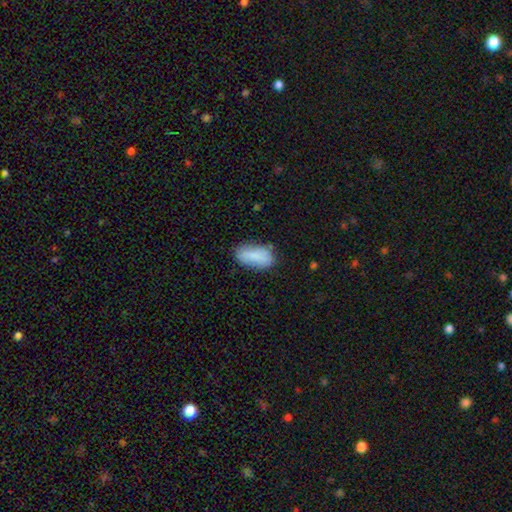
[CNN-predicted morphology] Smooth or featured? smooth (83%)
How rounded? in between (90%)
Merging? none (68%)